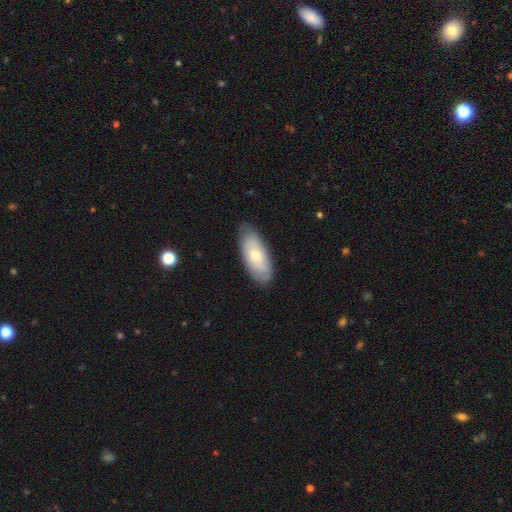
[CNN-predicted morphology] A smooth galaxy with no disk features (58%) that is in between round and cigar-shaped (88%).

Vote fractions:
- Smooth or featured? smooth: 58% / featured or disk: 36% / star or artifact: 6%
- How rounded? in between: 88% / cigar-shaped: 9% / round: 2%
- Merging? none: 76% / minor disturbance: 19% / major disturbance: 3% / merger: 1%